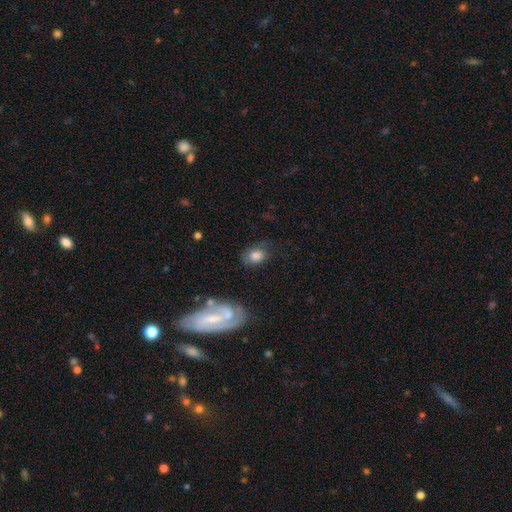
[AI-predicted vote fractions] The model was most divided on "how rounded": in between: 64%, round: 35%, cigar-shaped: 1%. More confident: smooth or featured — smooth (75%); merging — none (61%).